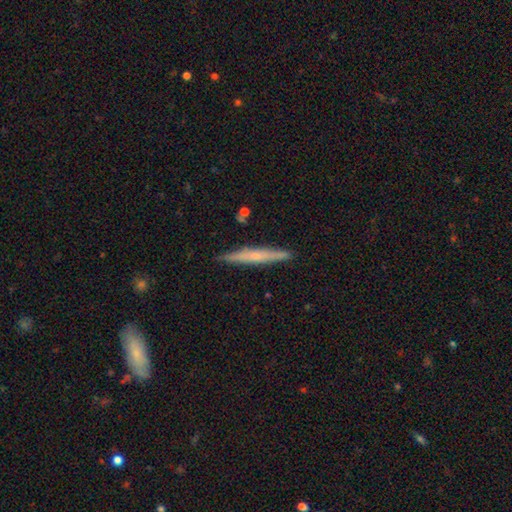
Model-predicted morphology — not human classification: A featured or disk galaxy (53%) viewed edge-on (96%) with a rounded central bulge (53%).

Vote fractions:
- Smooth or featured? featured or disk: 53% / smooth: 40% / star or artifact: 6%
- Edge-on disk? yes: 96% / no: 4%
- Edge-on bulge? rounded: 53% / none: 42% / boxy: 5%
- Merging? none: 89% / minor disturbance: 8% / major disturbance: 1% / merger: 1%